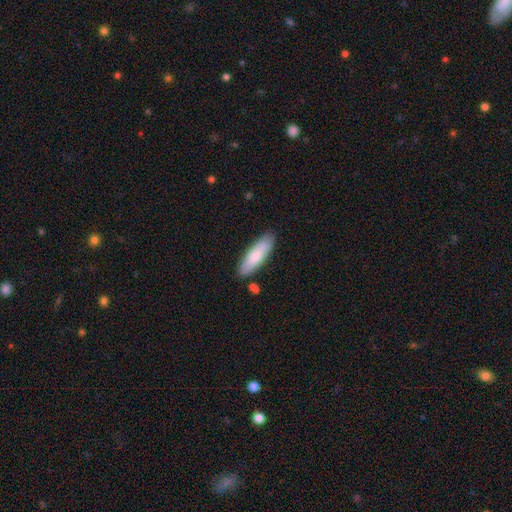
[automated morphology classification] smooth_or_featured: smooth (p=0.78) [alt: featured or disk p=0.17]
how_rounded: cigar-shaped (p=0.55) [alt: in between p=0.43]
merging: none (p=0.83) [alt: minor disturbance p=0.11]